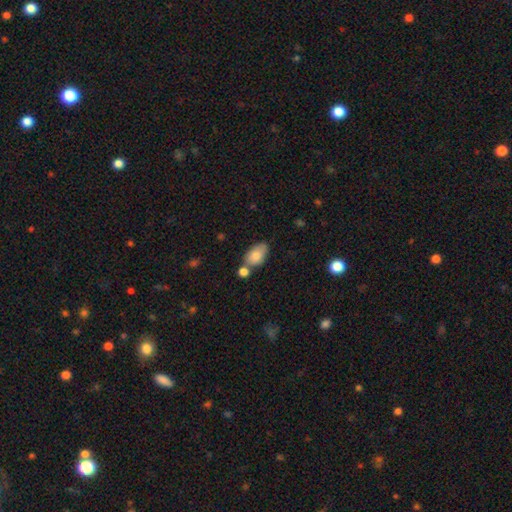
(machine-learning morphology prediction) type=smooth (80%); roundness=in between (90%); merging=none (53%).